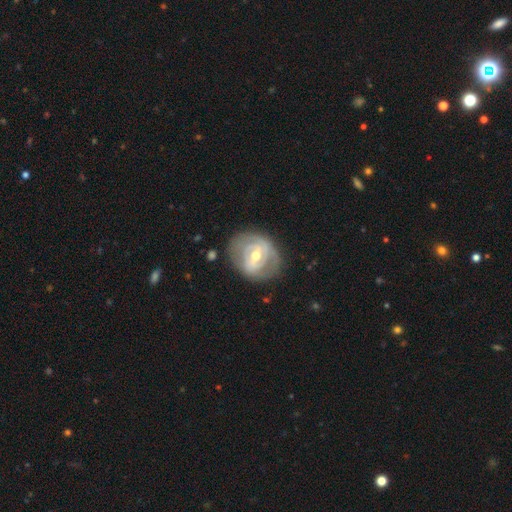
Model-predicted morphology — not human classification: Smooth or featured? featured or disk (77%)
Edge-on disk? no (96%)
Bar? weak (47%)
Spiral arms? yes (76%)
Spiral winding? tight (60%)
Spiral arm count? 2 (49%)
Bulge size? moderate (68%)
Merging? none (70%)